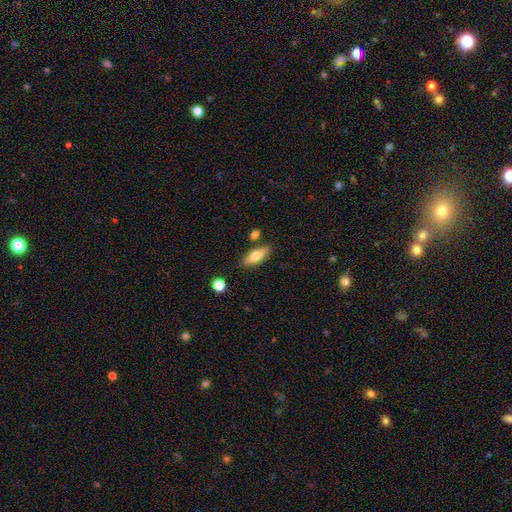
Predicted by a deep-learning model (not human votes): A smooth galaxy with no disk features (68%) that is in between round and cigar-shaped (69%). Merging: none (81%).